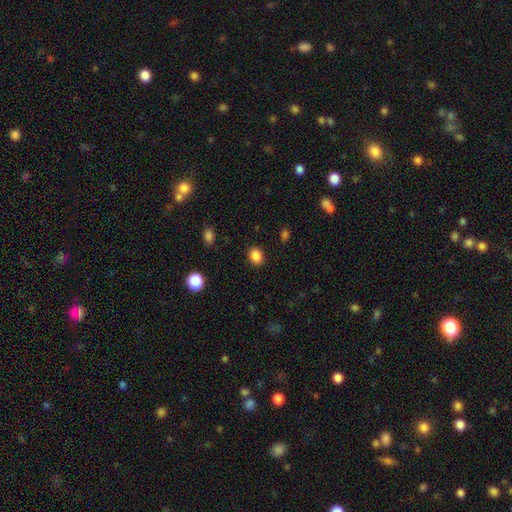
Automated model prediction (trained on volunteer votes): smooth_or_featured: smooth (p=0.87) [alt: star or artifact p=0.10]
how_rounded: in between (p=0.57) [alt: round p=0.42]
merging: none (p=0.88) [alt: minor disturbance p=0.08]